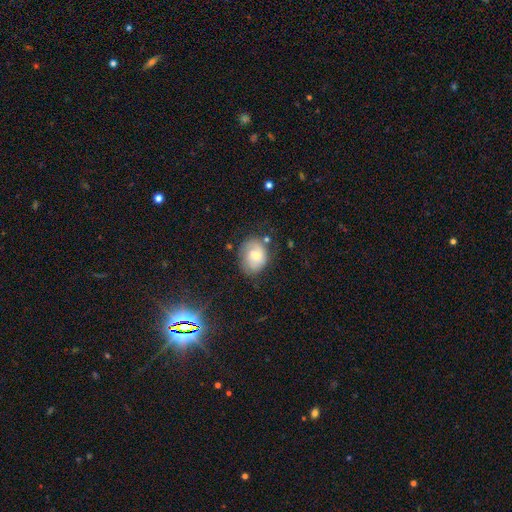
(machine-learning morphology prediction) Overall: smooth (50%; featured or disk 42%). Merging: none (60%; minor disturbance 26%).